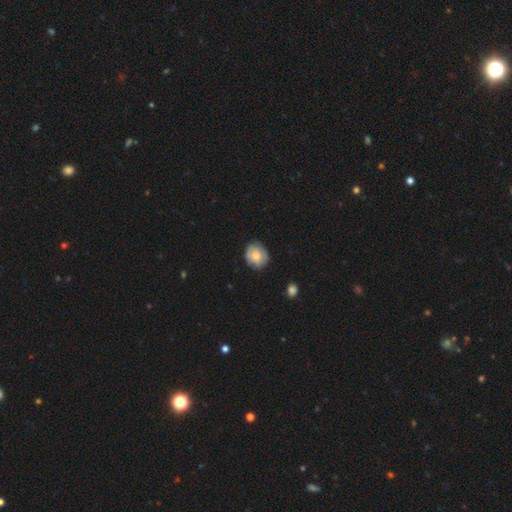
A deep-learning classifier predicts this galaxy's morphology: smooth-or-featured: smooth: 69% | featured or disk: 23% | star or artifact: 7%
  how-rounded: round: 68% | in between: 31% | cigar-shaped: 1%
  merging: none: 75% | minor disturbance: 20% | major disturbance: 4% | merger: 1%